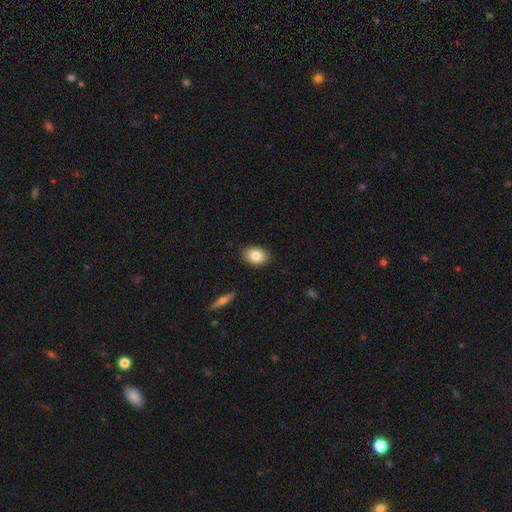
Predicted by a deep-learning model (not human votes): Q: Smooth or featured?
A: smooth (82%); runner-up: featured or disk (10%)
Q: How rounded?
A: in between (85%); runner-up: round (14%)
Q: Merging?
A: none (88%); runner-up: minor disturbance (9%)